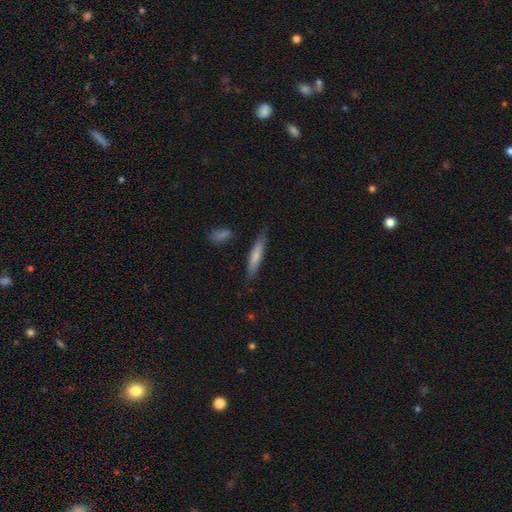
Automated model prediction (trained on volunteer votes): smooth_or_featured: smooth (p=0.72) [alt: featured or disk p=0.23]
how_rounded: cigar-shaped (p=0.87) [alt: in between p=0.12]
merging: none (p=0.79) [alt: minor disturbance p=0.15]